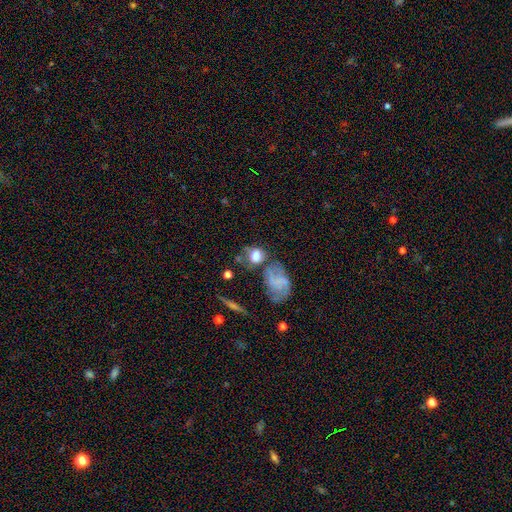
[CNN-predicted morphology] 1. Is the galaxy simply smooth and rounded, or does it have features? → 65% smooth, 24% featured or disk, 11% star or artifact.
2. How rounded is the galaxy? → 58% round, 40% in between, 2% cigar-shaped.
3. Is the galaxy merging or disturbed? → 49% none, 20% minor disturbance, 17% merger, 15% major disturbance.